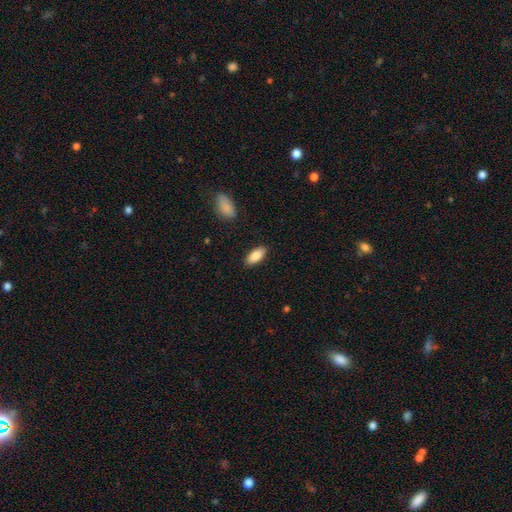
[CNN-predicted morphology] type=smooth (88%); roundness=in between (88%); merging=none (88%).